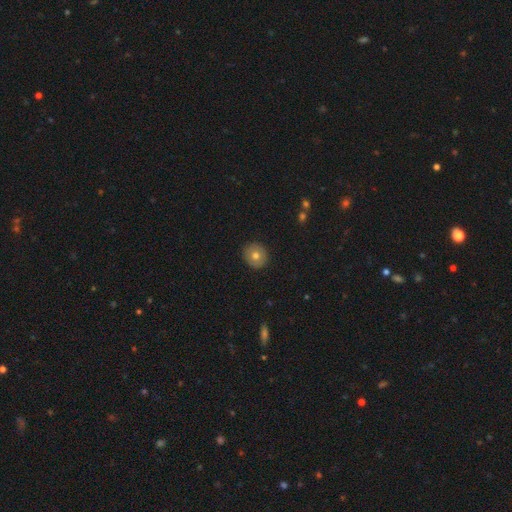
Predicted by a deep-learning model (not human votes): Smooth or featured? Predicted: smooth (p=0.71). How rounded? Predicted: round (p=0.87). Merging? Predicted: none (p=0.90).